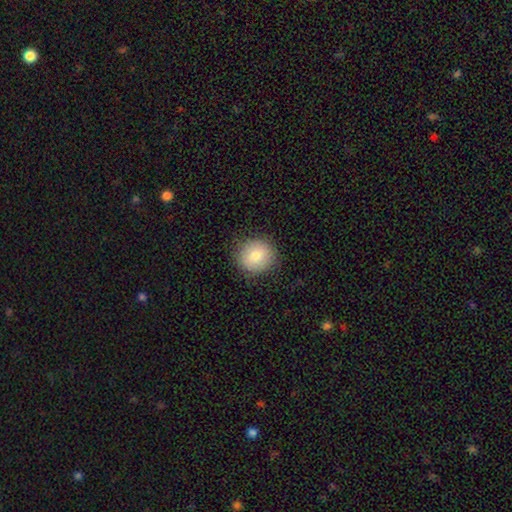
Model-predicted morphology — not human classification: This is clearly a smooth galaxy (81%). How rounded: clearly round (88%). Merging: clearly none (86%).